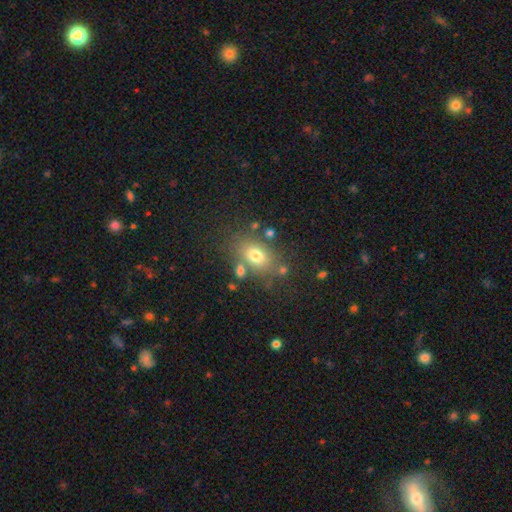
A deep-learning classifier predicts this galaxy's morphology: Smooth or featured?
  - smooth: 74% *
  - featured or disk: 14%
  - star or artifact: 12%
How rounded?
  - in between: 76% *
  - round: 22%
  - cigar-shaped: 2%
Merging?
  - none: 69% *
  - minor disturbance: 14%
  - merger: 10%
  - major disturbance: 6%